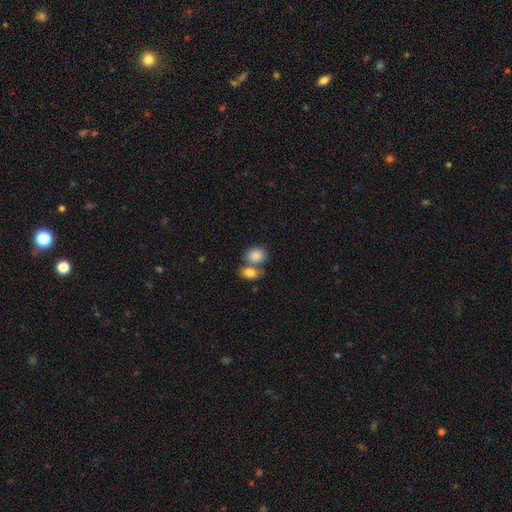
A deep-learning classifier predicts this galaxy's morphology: smooth-or-featured: smooth: 85% | star or artifact: 7% | featured or disk: 7%
  how-rounded: in between: 53% | round: 46% | cigar-shaped: 1%
  merging: merger: 49% | none: 38% | minor disturbance: 9% | major disturbance: 4%